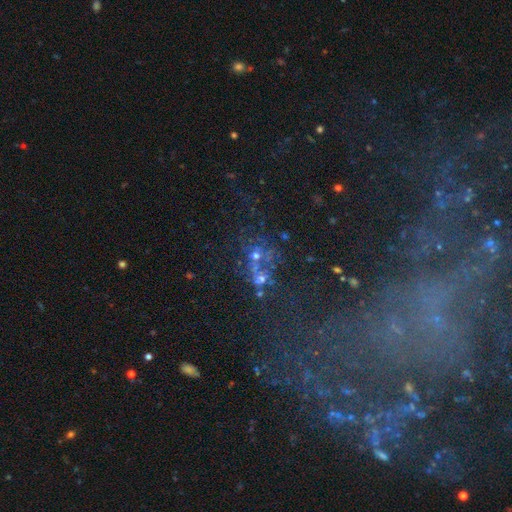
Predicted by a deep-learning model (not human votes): Smooth or featured?
  - star or artifact: 44% *
  - smooth: 31%
  - featured or disk: 25%